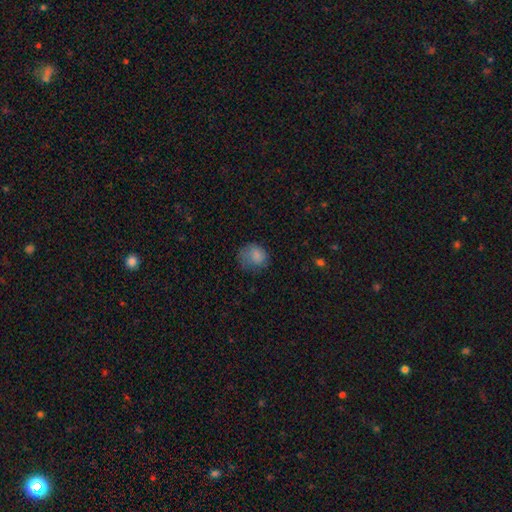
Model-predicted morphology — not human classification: Smooth or featured?
  - smooth: 80% *
  - featured or disk: 11%
  - star or artifact: 10%
How rounded?
  - round: 62% *
  - in between: 37%
  - cigar-shaped: 1%
Merging?
  - none: 48% *
  - minor disturbance: 29%
  - major disturbance: 21%
  - merger: 2%